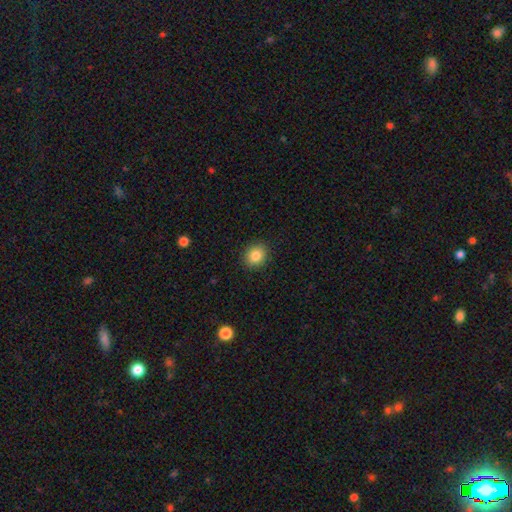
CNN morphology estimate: Smooth or featured? smooth (84%)
How rounded? round (67%)
Merging? none (90%)